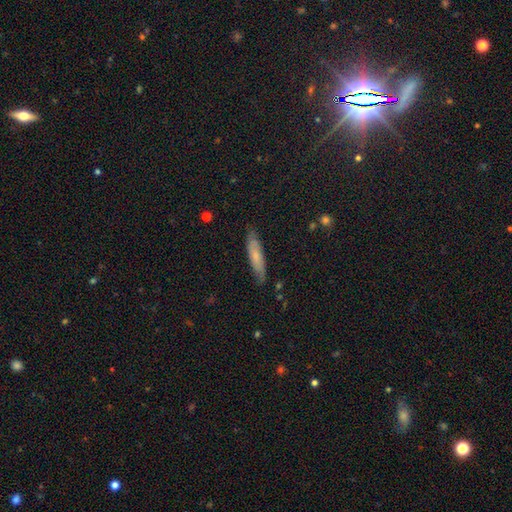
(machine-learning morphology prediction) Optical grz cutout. It shows a smooth galaxy with no disk features (63%) that is cigar-shaped (81%). Merging: none (82%).